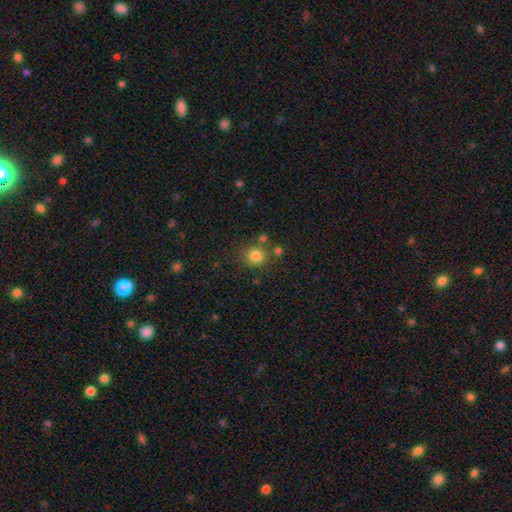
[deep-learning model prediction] Smooth or featured? Predicted: smooth (p=0.82). How rounded? Predicted: round (p=0.86). Merging? Predicted: none (p=0.75).